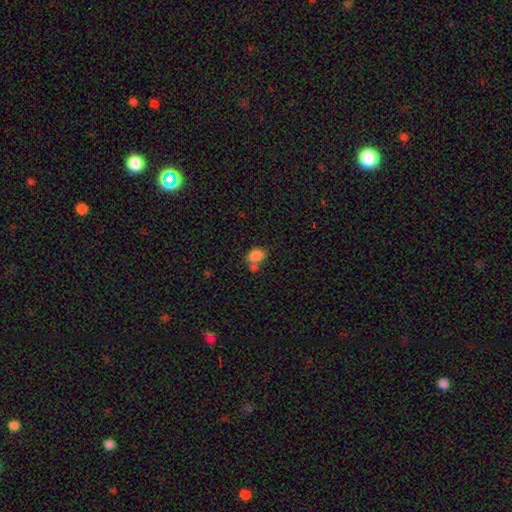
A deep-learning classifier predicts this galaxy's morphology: smooth_or_featured: smooth (p=0.83) [alt: star or artifact p=0.10]
how_rounded: in between (p=0.63) [alt: round p=0.36]
merging: none (p=0.45) [alt: merger p=0.33]